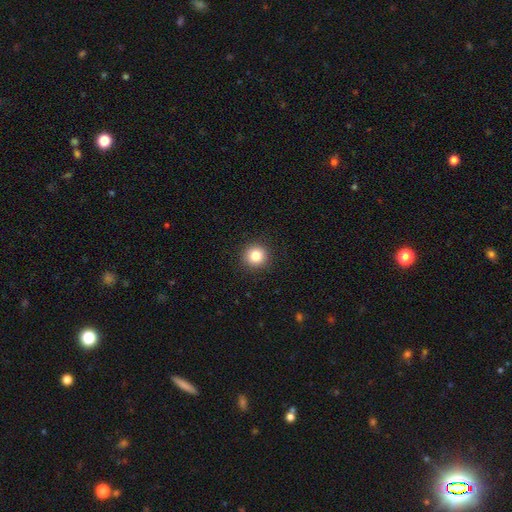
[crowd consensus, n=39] Overall: smooth (74%). How rounded: round (100%). Merging: none (97%).